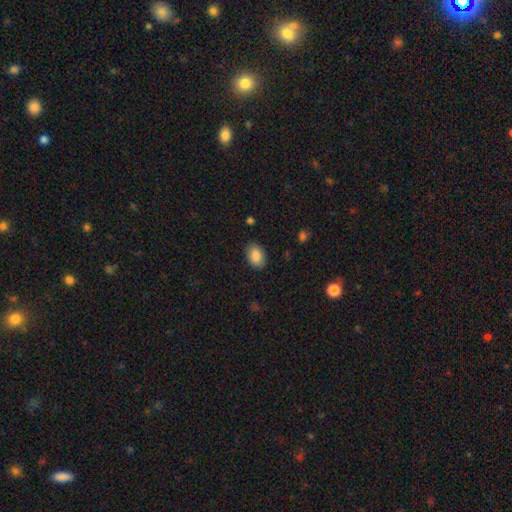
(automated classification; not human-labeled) Overall: smooth (85%). How rounded: in between (86%). Merging: none (87%).